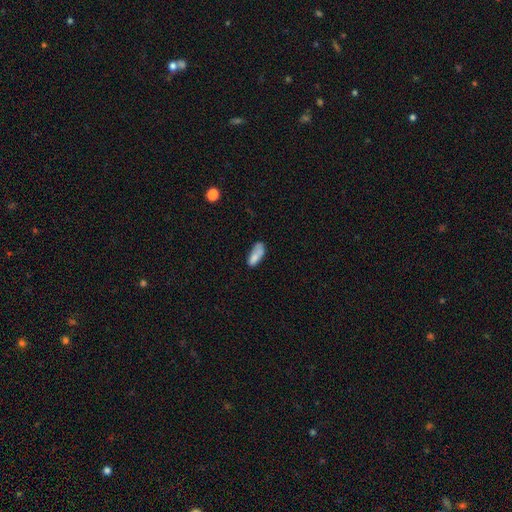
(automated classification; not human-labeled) Smooth or featured? smooth (76%)
How rounded? in between (80%)
Merging? none (43%)